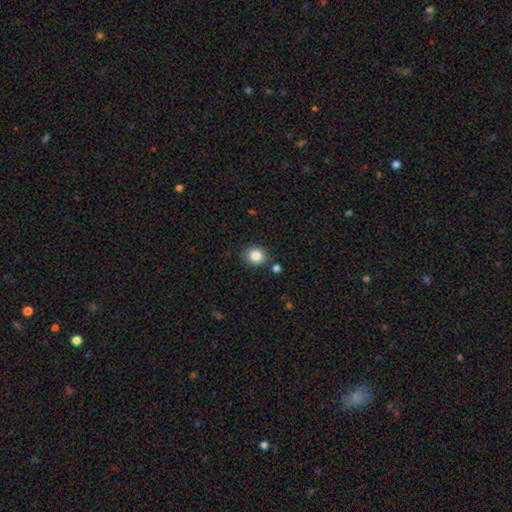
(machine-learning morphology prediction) A smooth galaxy with no disk features (84%) that is round (78%).

Vote fractions:
- Smooth or featured? smooth: 84% / star or artifact: 10% / featured or disk: 6%
- How rounded? round: 78% / in between: 21% / cigar-shaped: 1%
- Merging? none: 85% / minor disturbance: 8% / merger: 4% / major disturbance: 2%